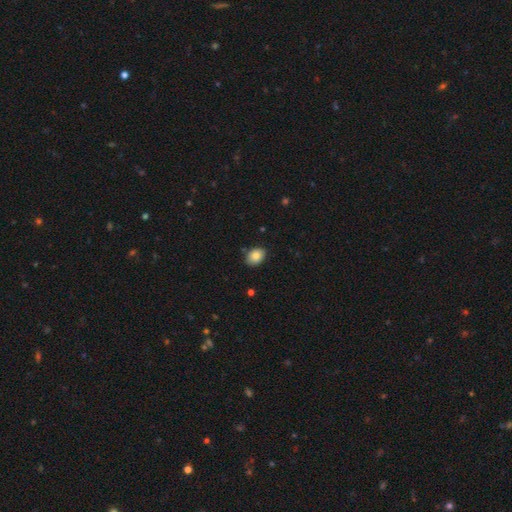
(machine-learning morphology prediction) Q: Smooth or featured?
A: smooth (84%); runner-up: star or artifact (8%)
Q: How rounded?
A: in between (69%); runner-up: round (30%)
Q: Merging?
A: none (83%); runner-up: minor disturbance (13%)